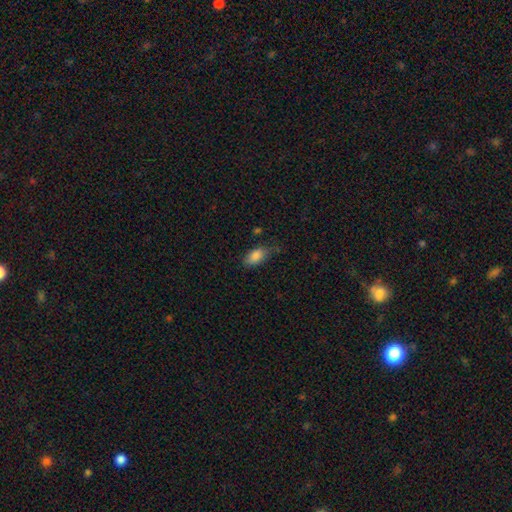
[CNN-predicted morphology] A smooth galaxy with no disk features (86%) that is in between round and cigar-shaped (89%). Merging: none (66%).